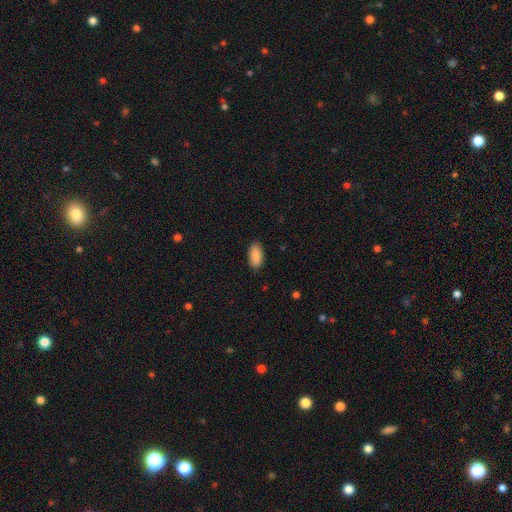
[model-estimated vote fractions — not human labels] Smooth or featured: smooth — 89% (star or artifact — 6%)
How rounded: in between — 93% (cigar-shaped — 5%)
Merging: none — 89% (minor disturbance — 8%)